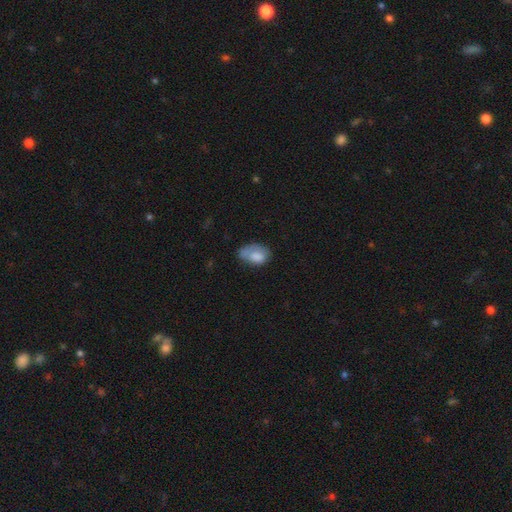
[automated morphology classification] Q: Smooth or featured?
A: smooth (76%); runner-up: featured or disk (17%)
Q: How rounded?
A: in between (86%); runner-up: round (12%)
Q: Merging?
A: none (37%); runner-up: minor disturbance (36%)